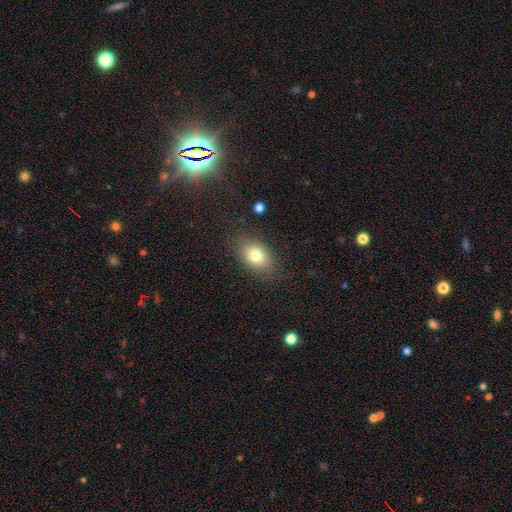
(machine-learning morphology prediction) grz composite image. It shows a smooth galaxy with no disk features (78%) that is in between round and cigar-shaped (79%). Merging: none (82%).